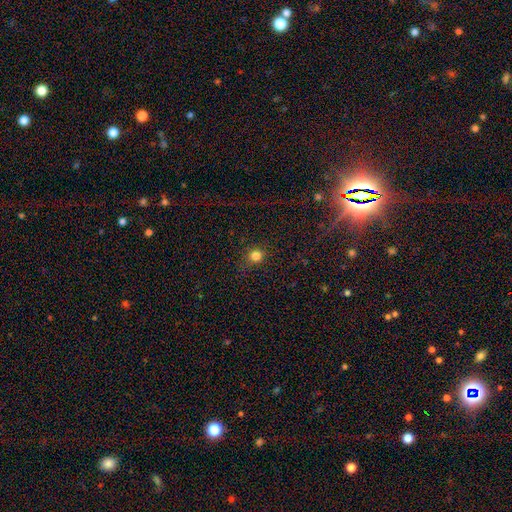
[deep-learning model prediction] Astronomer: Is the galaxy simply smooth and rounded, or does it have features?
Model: smooth — 80%.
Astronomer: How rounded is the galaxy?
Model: round — 85%.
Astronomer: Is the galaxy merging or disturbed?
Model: none — 86%.